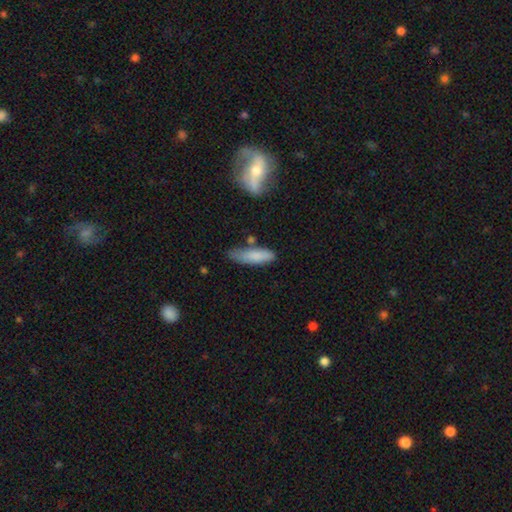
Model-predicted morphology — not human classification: The model was most divided on "how rounded": cigar-shaped: 59%, in between: 40%, round: 2%. More confident: smooth or featured — smooth (81%); merging — none (56%).